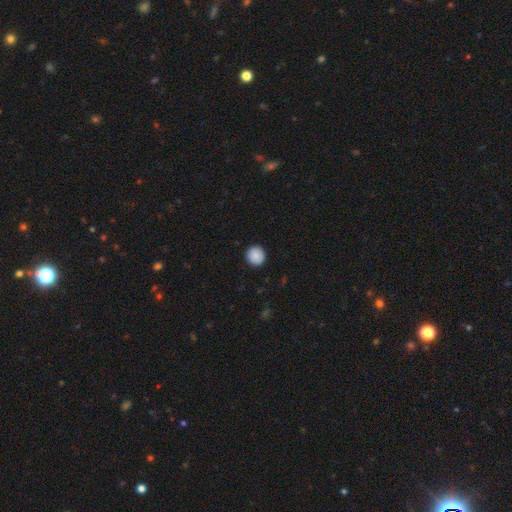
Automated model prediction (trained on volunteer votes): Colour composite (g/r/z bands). It shows a smooth galaxy with no disk features (89%) that is round (93%). Merging: none (91%).